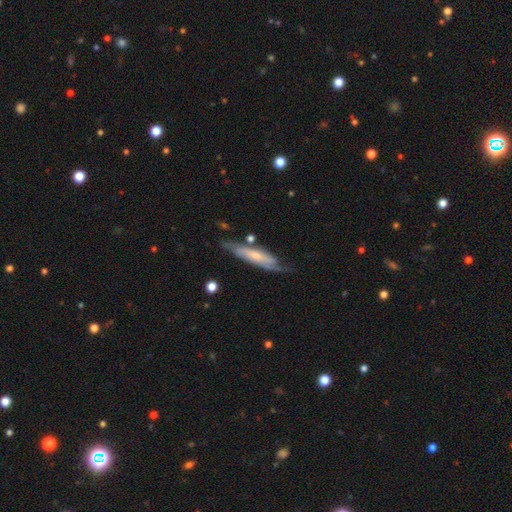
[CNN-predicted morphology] type=featured or disk (60%); edge-on=no (52%); merging=none (59%).